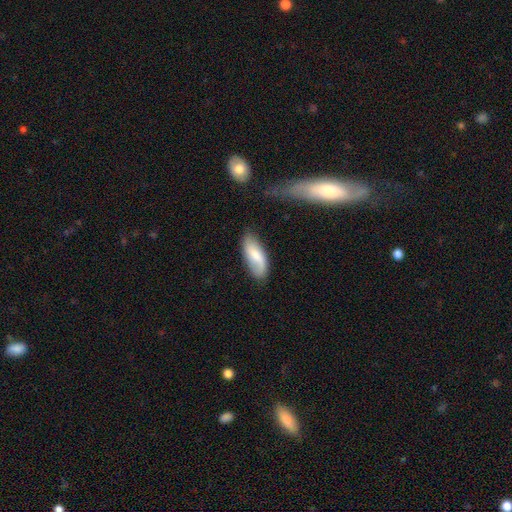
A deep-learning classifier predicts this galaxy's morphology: smooth 58%, featured or disk 36%, star or artifact 6%. Down the decision tree: how rounded — in between (82%); merging — none (70%).